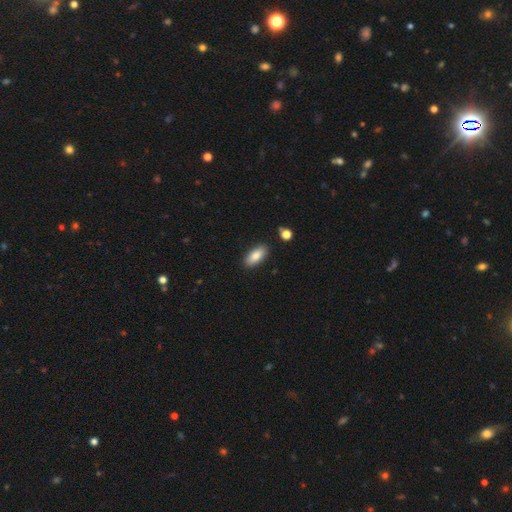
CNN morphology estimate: Q: Smooth or featured?
A: smooth (84%); runner-up: featured or disk (10%)
Q: How rounded?
A: in between (87%); runner-up: cigar-shaped (11%)
Q: Merging?
A: none (87%); runner-up: minor disturbance (9%)